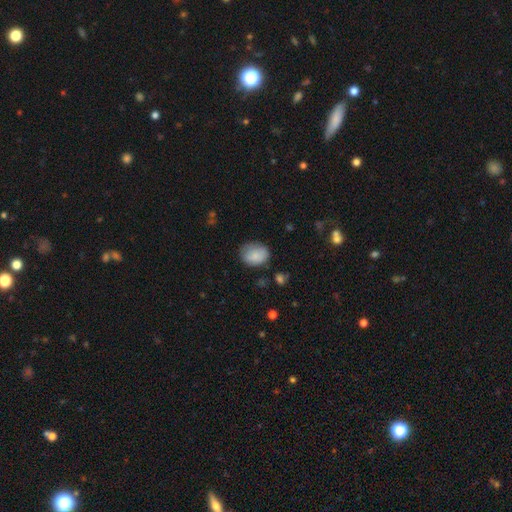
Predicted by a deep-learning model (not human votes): smooth-or-featured: smooth: 83% | featured or disk: 9% | star or artifact: 8%
  how-rounded: in between: 63% | round: 36% | cigar-shaped: 1%
  merging: none: 67% | minor disturbance: 25% | major disturbance: 7% | merger: 2%